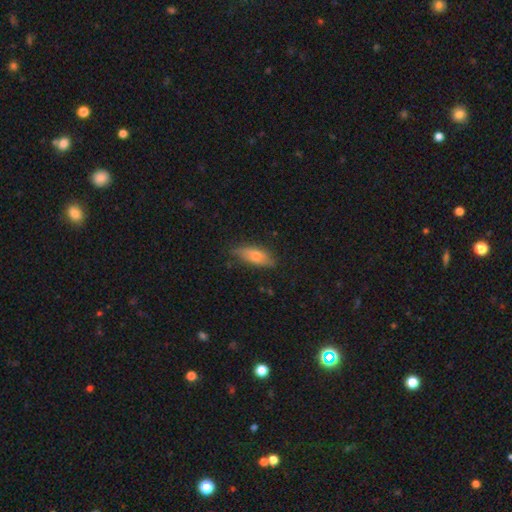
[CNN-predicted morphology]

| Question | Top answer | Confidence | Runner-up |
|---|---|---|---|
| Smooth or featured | smooth | 66% | featured or disk (27%) |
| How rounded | in between | 63% | cigar-shaped (34%) |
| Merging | none | 73% | minor disturbance (21%) |